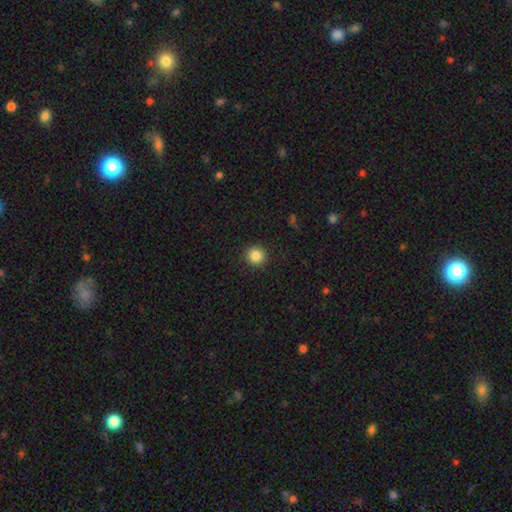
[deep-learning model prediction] smooth-or-featured: smooth: 86% | star or artifact: 10% | featured or disk: 3%
  how-rounded: round: 94% | in between: 5% | cigar-shaped: 1%
  merging: none: 92% | minor disturbance: 5% | major disturbance: 2% | merger: 1%